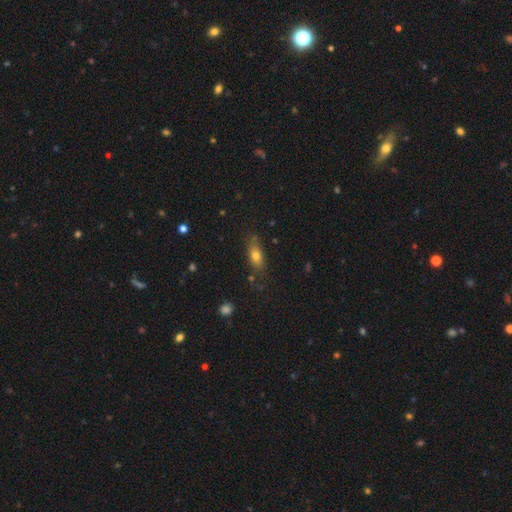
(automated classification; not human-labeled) smooth_or_featured: smooth (p=0.74) [alt: featured or disk p=0.16]
how_rounded: in between (p=0.71) [alt: cigar-shaped p=0.22]
merging: none (p=0.70) [alt: minor disturbance p=0.20]